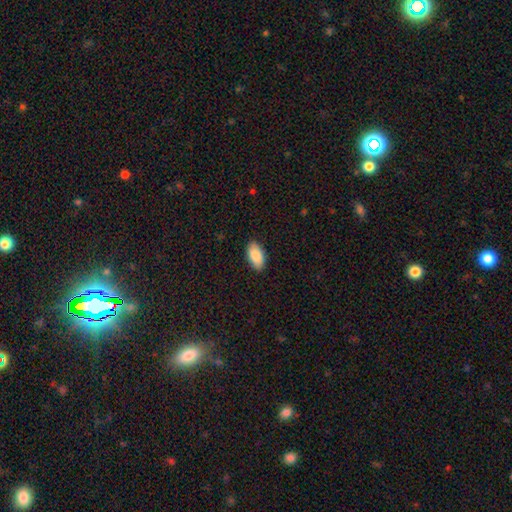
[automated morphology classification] Q: Smooth or featured?
A: smooth (88%); runner-up: star or artifact (6%)
Q: How rounded?
A: in between (95%); runner-up: cigar-shaped (3%)
Q: Merging?
A: none (88%); runner-up: minor disturbance (9%)